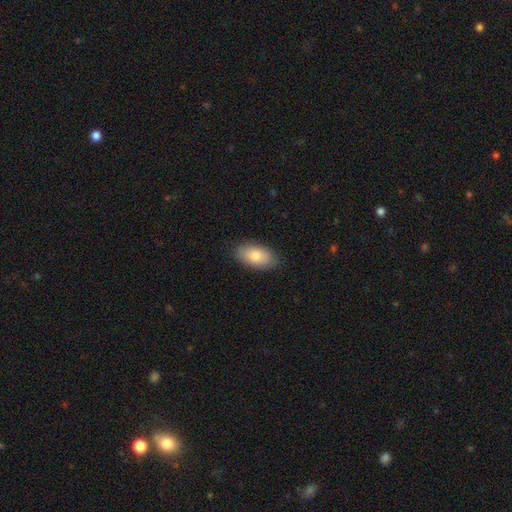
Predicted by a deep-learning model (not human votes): Overall: smooth (80%). How rounded: in between (94%). Merging: none (87%).